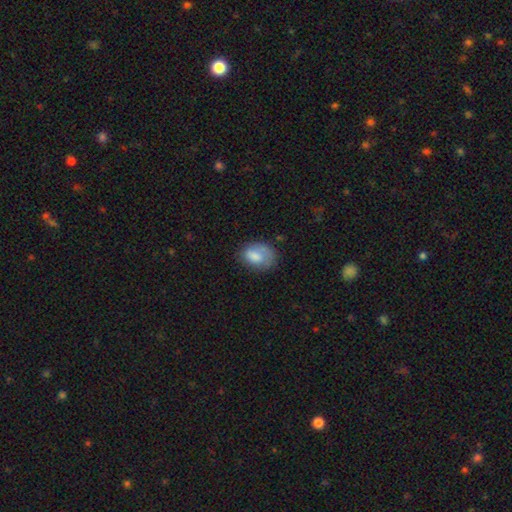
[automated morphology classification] smooth-or-featured: smooth: 75% | featured or disk: 17% | star or artifact: 7%
  how-rounded: in between: 75% | round: 24% | cigar-shaped: 1%
  merging: none: 59% | minor disturbance: 27% | major disturbance: 13% | merger: 2%